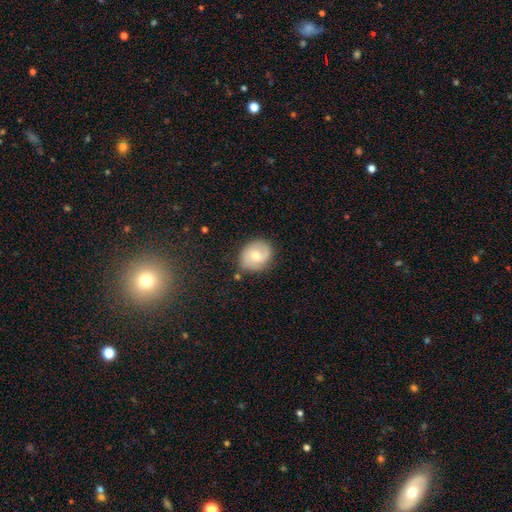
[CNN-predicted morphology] featured or disk 49%, smooth 43%, star or artifact 7%. Down the decision tree: merging — none (76%).